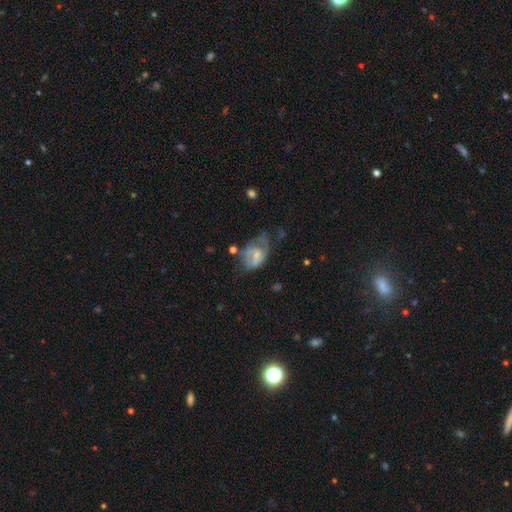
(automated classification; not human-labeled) The model was most divided on "bulge size": small: 43%, moderate: 39%, none: 12%, large: 5%, dominant: 1%. Remaining: edge-on disk — no (97%); bar — no (58%); spiral arms — yes (56%); smooth or featured — featured or disk (55%); merging — major disturbance (41%).